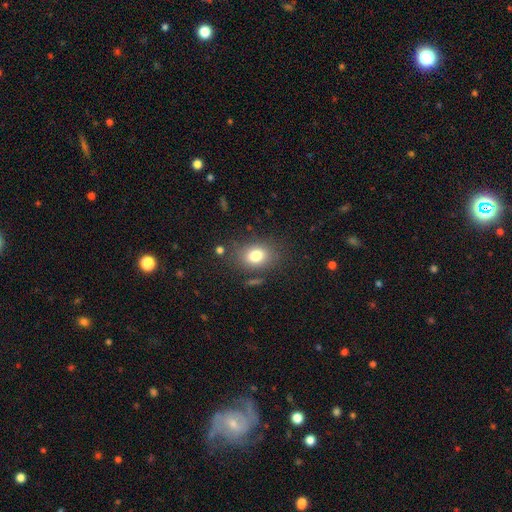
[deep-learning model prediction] Smooth or featured? Predicted: smooth (p=0.78). How rounded? Predicted: in between (p=0.60). Merging? Predicted: none (p=0.78).